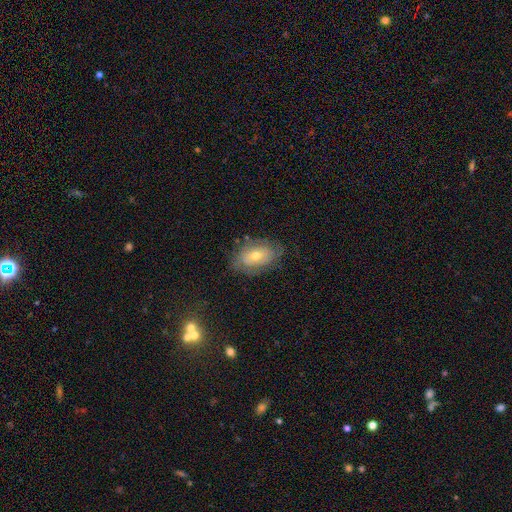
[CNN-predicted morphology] Smooth or featured? featured or disk (47%)
Merging? none (68%)